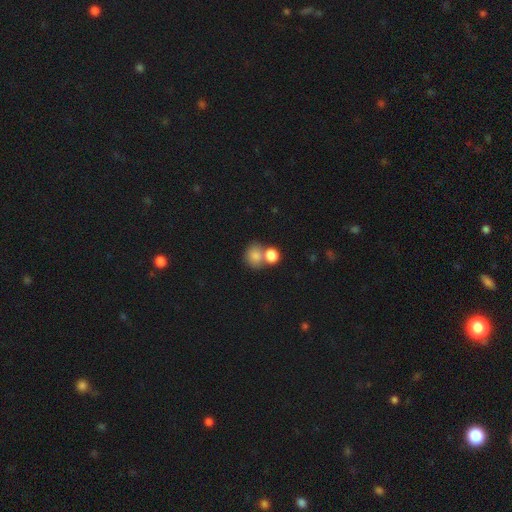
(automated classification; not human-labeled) Smooth or featured? Predicted: smooth (p=0.81). How rounded? Predicted: round (p=0.70). Merging? Predicted: merger (p=0.46).